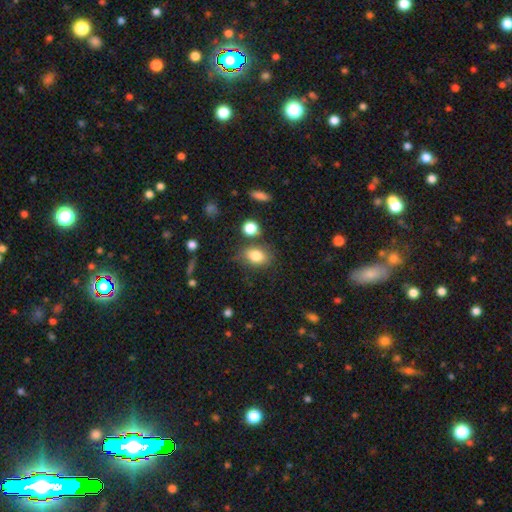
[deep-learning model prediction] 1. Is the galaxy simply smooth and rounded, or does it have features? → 81% smooth, 10% star or artifact, 9% featured or disk.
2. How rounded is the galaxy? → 73% in between, 25% round, 2% cigar-shaped.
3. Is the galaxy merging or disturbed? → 70% none, 16% minor disturbance, 8% merger, 5% major disturbance.